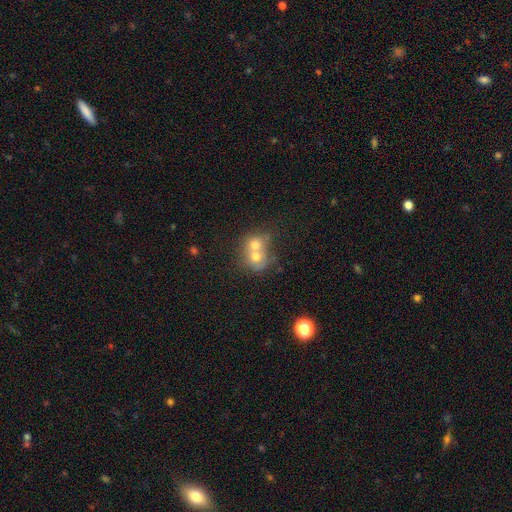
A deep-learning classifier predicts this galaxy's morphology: Smooth or featured? smooth (63%)
How rounded? round (70%)
Merging? merger (72%)